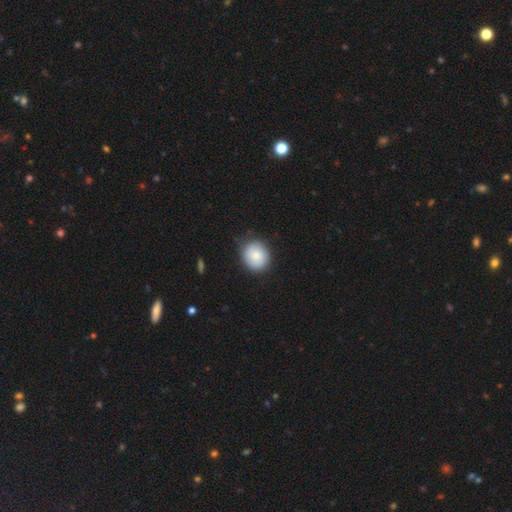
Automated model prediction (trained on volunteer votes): smooth-or-featured: smooth: 84% | featured or disk: 10% | star or artifact: 6%
  how-rounded: round: 73% | in between: 26% | cigar-shaped: 1%
  merging: none: 81% | minor disturbance: 14% | major disturbance: 3% | merger: 1%